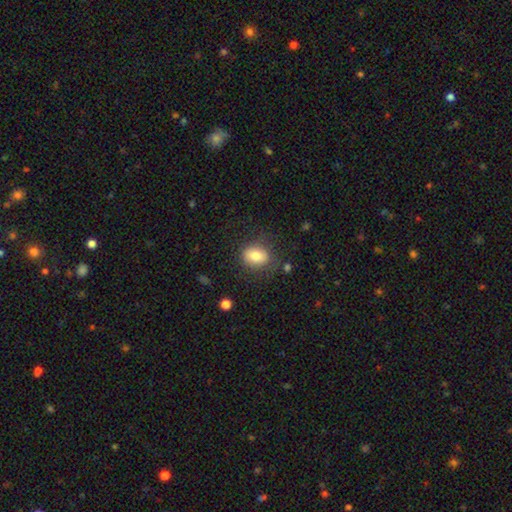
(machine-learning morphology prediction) type=smooth (80%); roundness=in between (63%); merging=none (75%).